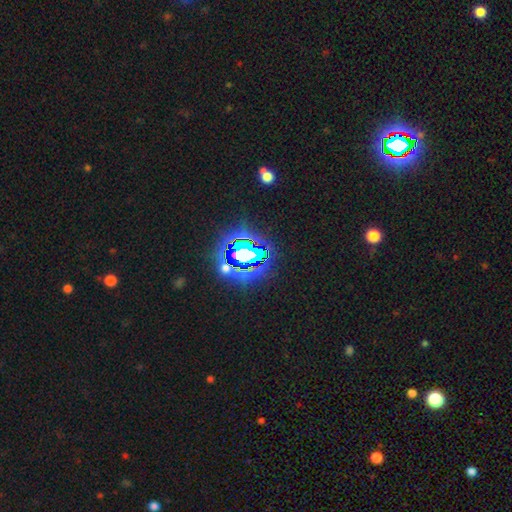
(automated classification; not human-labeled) smooth-or-featured: star or artifact: 84% | smooth: 10% | featured or disk: 6%